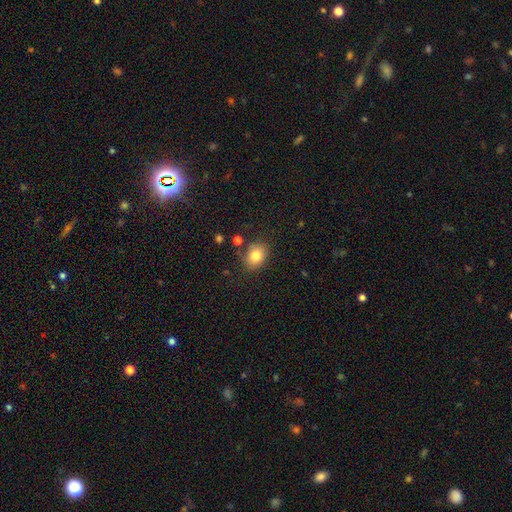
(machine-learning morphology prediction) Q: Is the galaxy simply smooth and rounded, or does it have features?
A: smooth — 80%.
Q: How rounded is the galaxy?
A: in between — 59%.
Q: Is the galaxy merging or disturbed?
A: none — 80%.